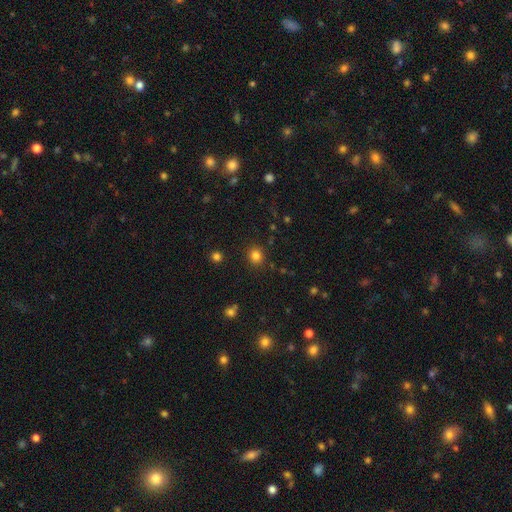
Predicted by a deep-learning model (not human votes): Smooth or featured? smooth (81%)
How rounded? round (84%)
Merging? none (89%)